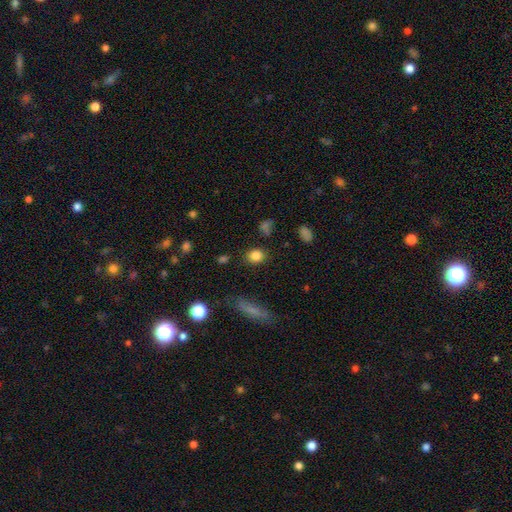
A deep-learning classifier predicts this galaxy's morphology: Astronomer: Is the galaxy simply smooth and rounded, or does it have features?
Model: smooth — 84%.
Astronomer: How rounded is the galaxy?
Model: round — 61% (runner-up: in between, 37%).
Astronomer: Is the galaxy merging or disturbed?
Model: none — 85%.